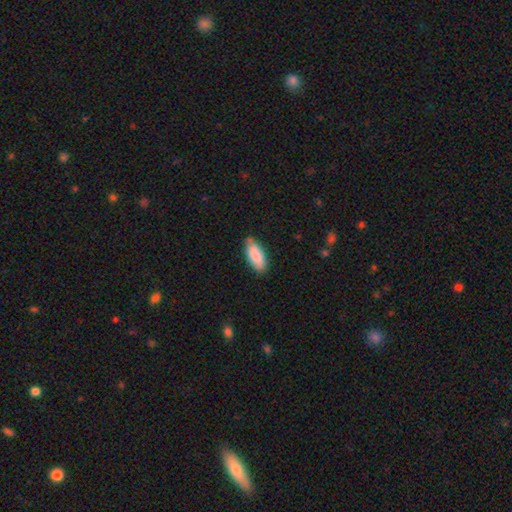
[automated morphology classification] The model was most divided on "merging": none: 77%, minor disturbance: 18%, major disturbance: 3%, merger: 2%. More confident: smooth or featured — smooth (85%); how rounded — in between (83%).